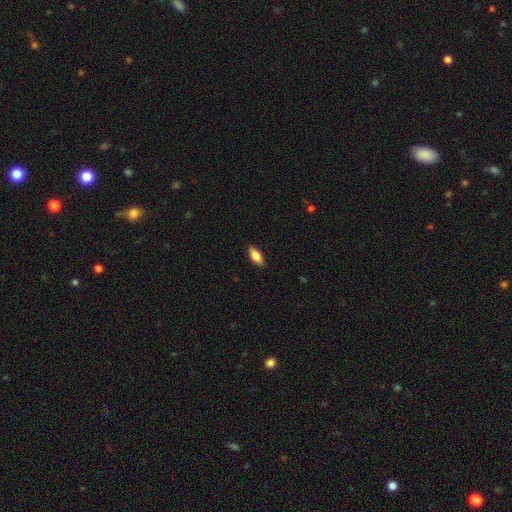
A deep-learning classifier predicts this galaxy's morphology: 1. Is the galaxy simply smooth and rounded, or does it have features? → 85% smooth, 9% featured or disk, 6% star or artifact.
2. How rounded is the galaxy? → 87% in between, 10% cigar-shaped, 3% round.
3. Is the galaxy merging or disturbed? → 88% none, 9% minor disturbance, 2% major disturbance, 1% merger.